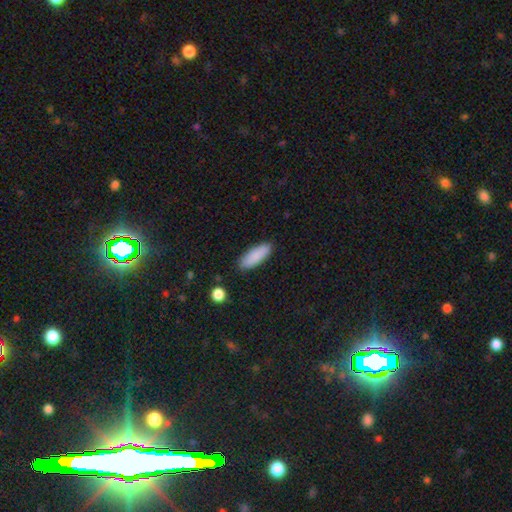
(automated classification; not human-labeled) Smooth or featured? Predicted: smooth (p=0.88). How rounded? Predicted: in between (p=0.60). Merging? Predicted: none (p=0.88).